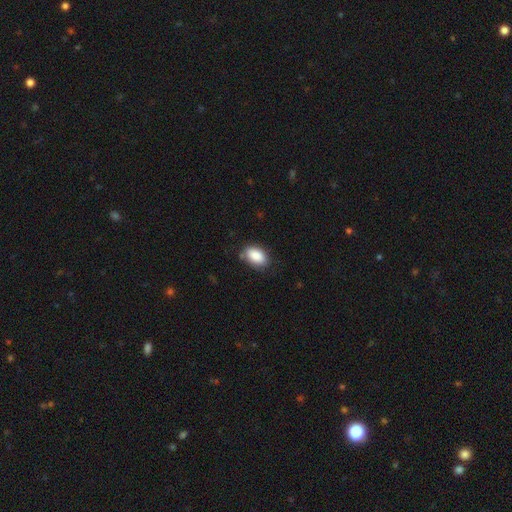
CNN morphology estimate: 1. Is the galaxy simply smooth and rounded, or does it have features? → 88% smooth, 7% star or artifact, 5% featured or disk.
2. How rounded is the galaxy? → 92% in between, 7% round, 2% cigar-shaped.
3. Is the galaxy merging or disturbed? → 76% none, 18% minor disturbance, 4% major disturbance, 2% merger.